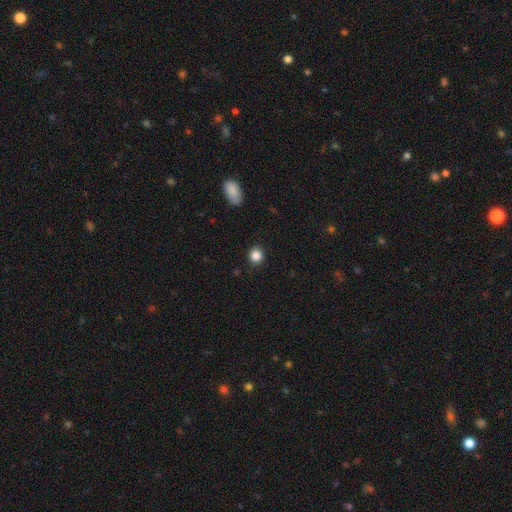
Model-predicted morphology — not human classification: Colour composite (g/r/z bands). It shows a smooth galaxy with no disk features (85%) that is round (89%). Merging: none (91%).